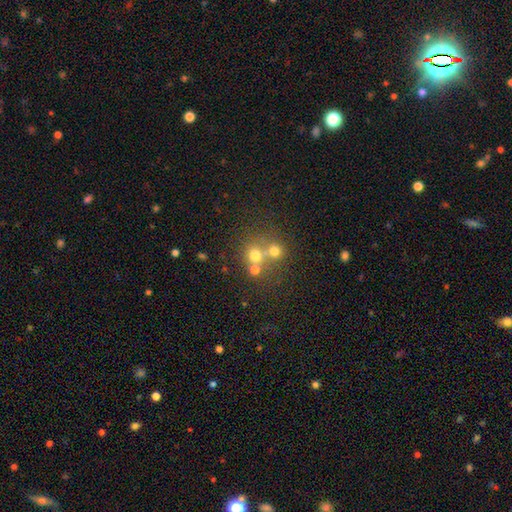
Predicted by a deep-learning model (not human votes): A smooth galaxy with no disk features (64%) that is round (84%). Merging: none (45%).